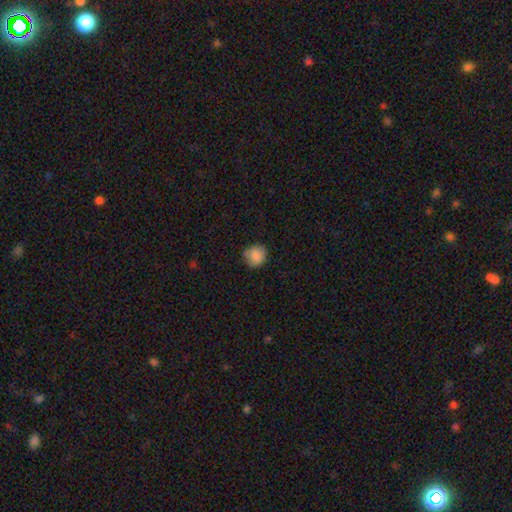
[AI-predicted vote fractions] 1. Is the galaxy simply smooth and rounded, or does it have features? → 86% smooth, 8% star or artifact, 6% featured or disk.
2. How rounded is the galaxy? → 84% round, 15% in between, 1% cigar-shaped.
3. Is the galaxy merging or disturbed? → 74% none, 21% minor disturbance, 4% major disturbance, 2% merger.